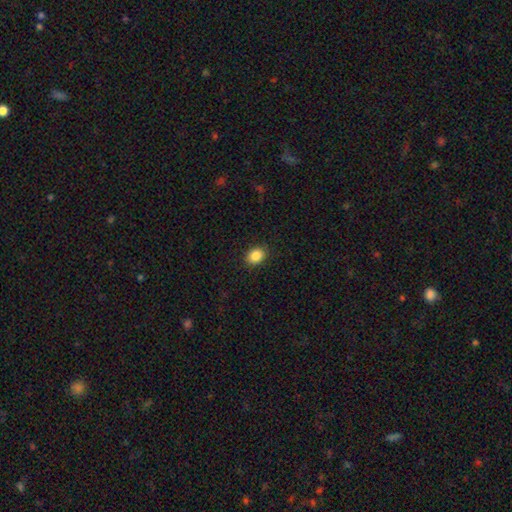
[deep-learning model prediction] smooth_or_featured: smooth (p=0.87) [alt: star or artifact p=0.09]
how_rounded: in between (p=0.57) [alt: round p=0.42]
merging: none (p=0.90) [alt: minor disturbance p=0.07]